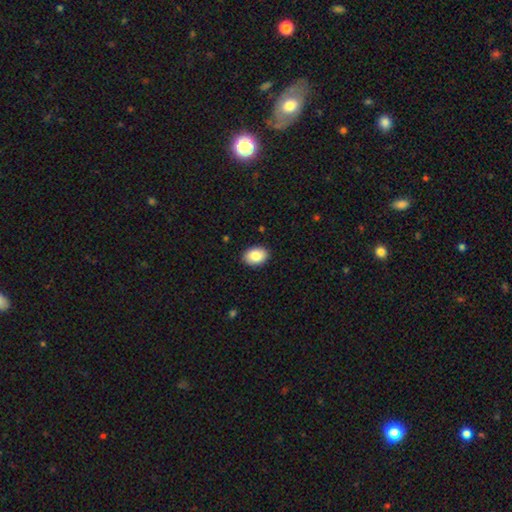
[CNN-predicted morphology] Overall: smooth (86%). How rounded: in between (81%). Merging: none (90%).